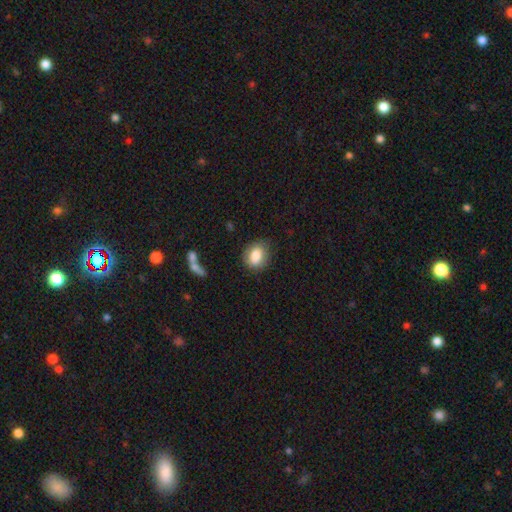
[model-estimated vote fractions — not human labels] Smooth or featured: smooth — 83% (featured or disk — 9%)
How rounded: in between — 54% (round — 44%)
Merging: none — 79% (minor disturbance — 15%)